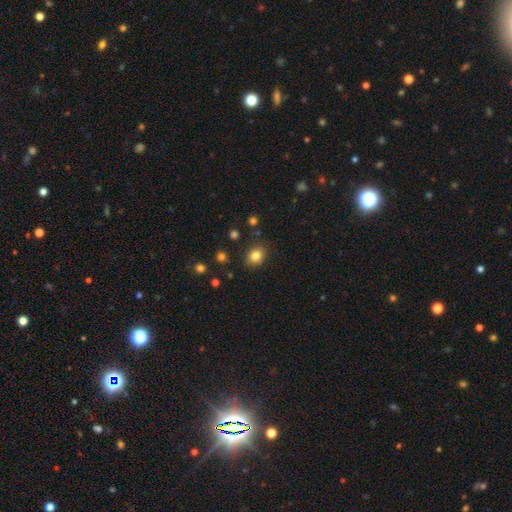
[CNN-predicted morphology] type=smooth (82%); roundness=round (57%); merging=none (83%).